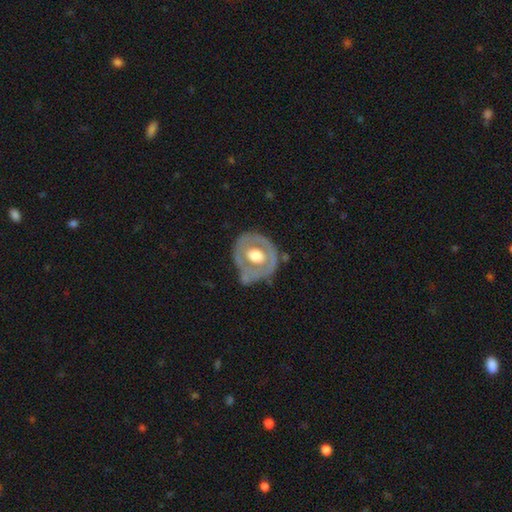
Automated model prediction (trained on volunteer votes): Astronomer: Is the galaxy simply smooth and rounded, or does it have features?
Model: featured or disk — 60% (runner-up: smooth, 35%).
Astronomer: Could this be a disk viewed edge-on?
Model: no — 94%.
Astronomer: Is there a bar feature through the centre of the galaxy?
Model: no — 85%.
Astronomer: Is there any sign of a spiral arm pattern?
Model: no — 80%.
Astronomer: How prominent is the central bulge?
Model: large — 48% (runner-up: moderate, 44%).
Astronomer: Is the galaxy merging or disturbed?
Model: none — 59%.